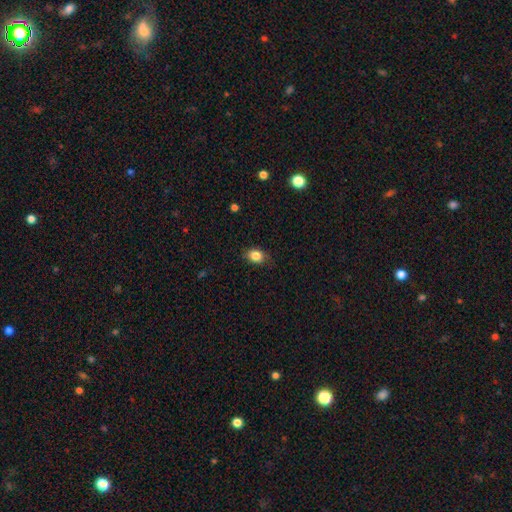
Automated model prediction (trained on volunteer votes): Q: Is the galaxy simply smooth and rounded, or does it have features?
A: smooth — 84%.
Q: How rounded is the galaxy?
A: in between — 59%.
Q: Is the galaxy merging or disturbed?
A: none — 78%.